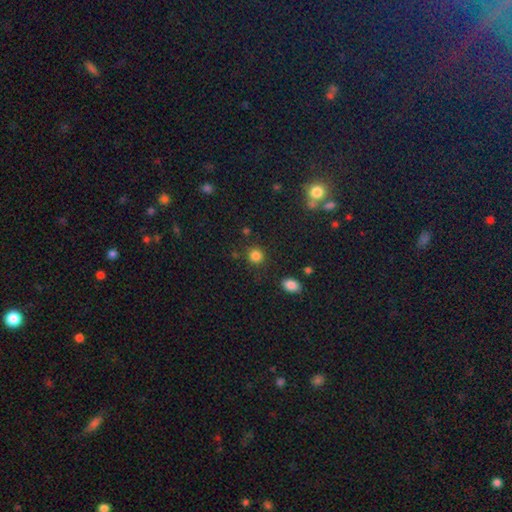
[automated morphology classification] Smooth or featured: smooth — 83% (star or artifact — 13%)
How rounded: round — 89% (in between — 10%)
Merging: none — 85% (minor disturbance — 8%)